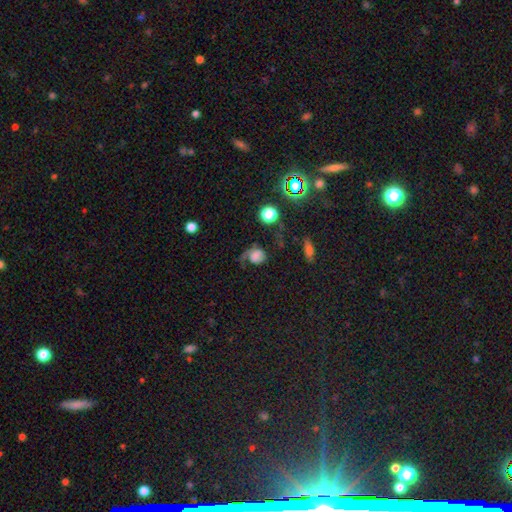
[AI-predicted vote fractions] Smooth or featured? smooth (51%)
How rounded? round (54%)
Merging? major disturbance (42%)